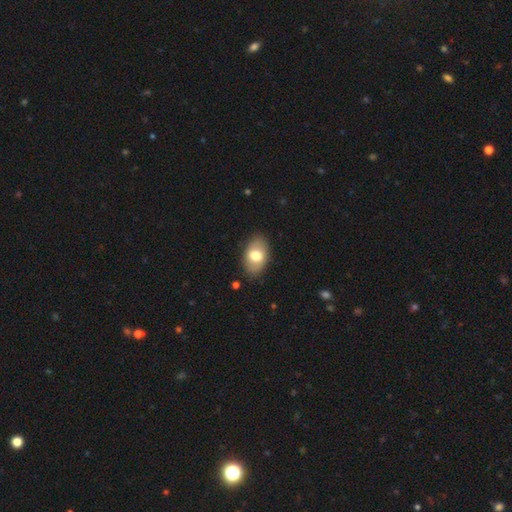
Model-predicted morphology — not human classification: Smooth or featured? smooth (71%)
How rounded? in between (90%)
Merging? none (85%)